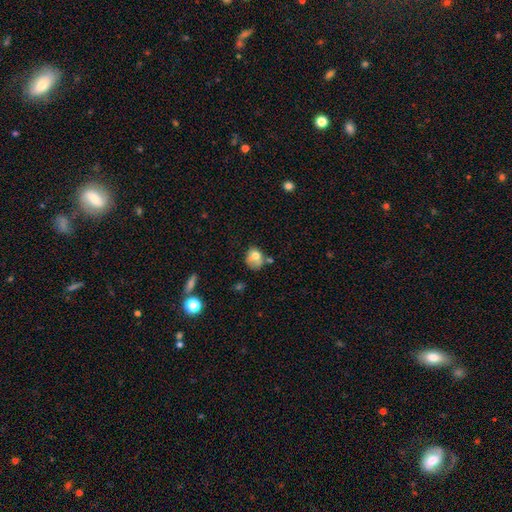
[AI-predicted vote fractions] A smooth galaxy with no disk features (67%) that is round (51%).

Vote fractions:
- Smooth or featured? smooth: 67% / featured or disk: 22% / star or artifact: 11%
- How rounded? round: 51% / in between: 48% / cigar-shaped: 1%
- Merging? none: 37% / minor disturbance: 26% / merger: 23% / major disturbance: 14%